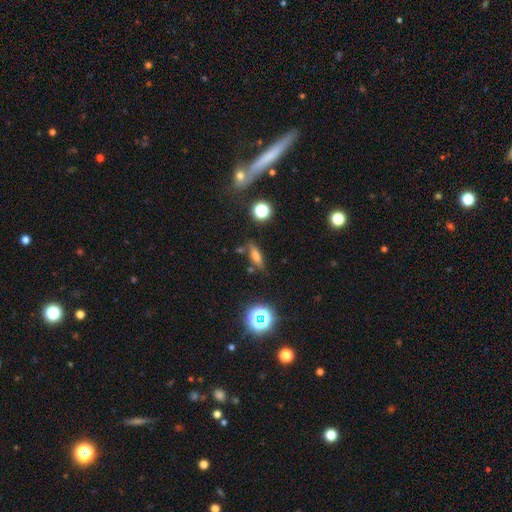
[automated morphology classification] smooth-or-featured: smooth: 65% | star or artifact: 18% | featured or disk: 17%
  how-rounded: in between: 47% | cigar-shaped: 45% | round: 8%
  merging: none: 75% | minor disturbance: 14% | merger: 6% | major disturbance: 4%